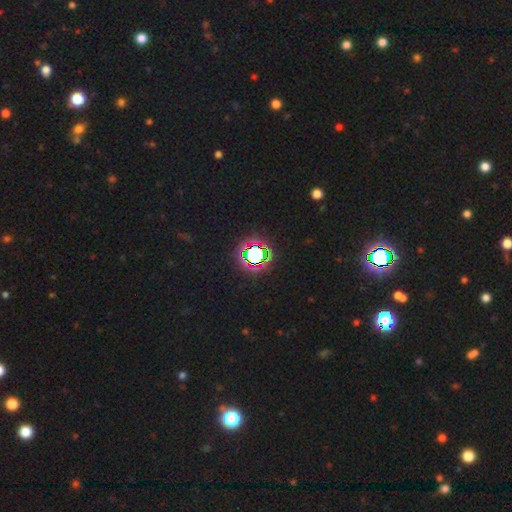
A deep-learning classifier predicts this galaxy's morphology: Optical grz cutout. It shows a star or artifact, not a galaxy (69%).